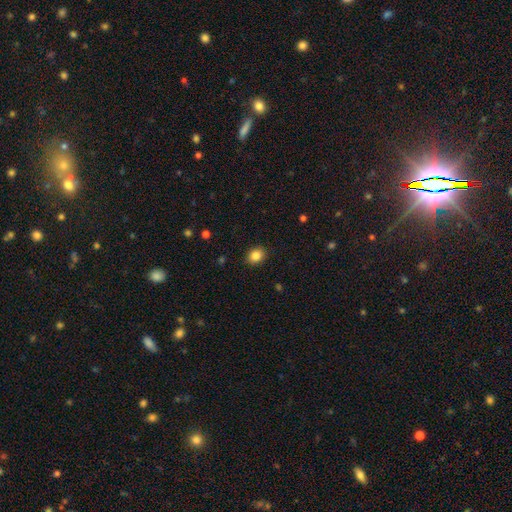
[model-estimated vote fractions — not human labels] Morphology: type=smooth (85%); roundness=round (57%); merging=none (89%).